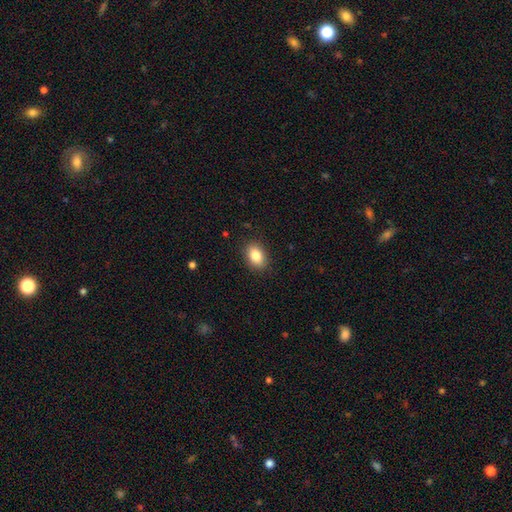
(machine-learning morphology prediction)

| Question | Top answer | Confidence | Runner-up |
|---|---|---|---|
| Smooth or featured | smooth | 84% | star or artifact (8%) |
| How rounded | in between | 82% | round (17%) |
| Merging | none | 88% | minor disturbance (9%) |